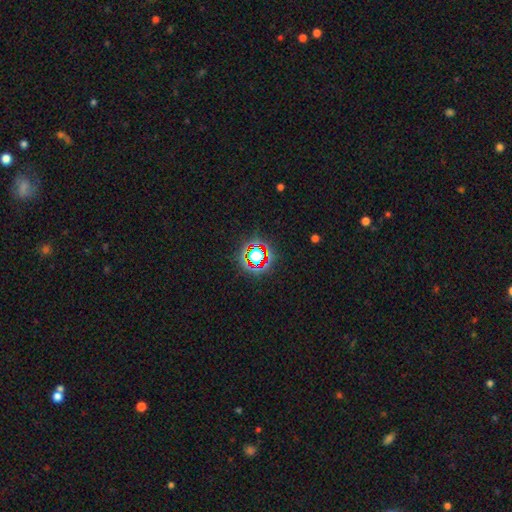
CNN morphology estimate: smooth_or_featured: star or artifact (p=0.67) [alt: smooth p=0.20]